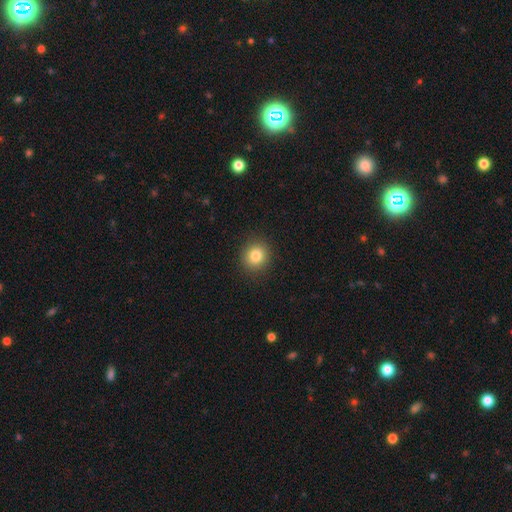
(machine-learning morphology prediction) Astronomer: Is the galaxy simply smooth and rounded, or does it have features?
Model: smooth — 81%.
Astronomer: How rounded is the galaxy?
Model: round — 86%.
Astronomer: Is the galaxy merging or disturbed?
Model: none — 90%.